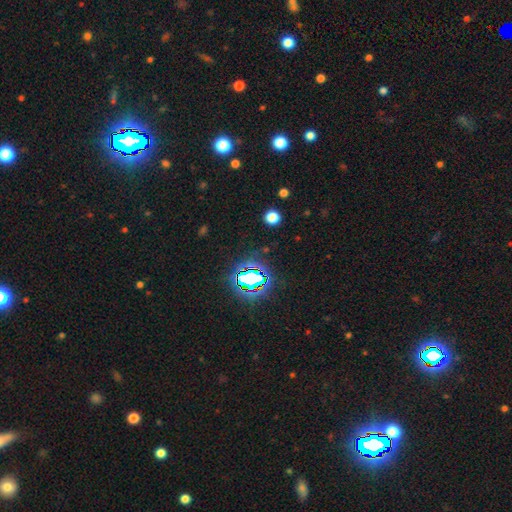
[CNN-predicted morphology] Overall: star or artifact (80%).